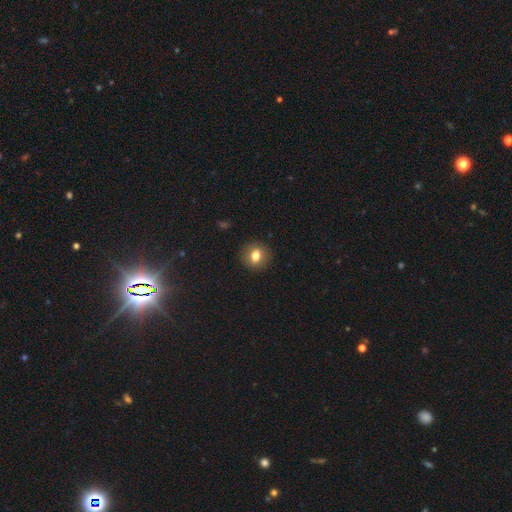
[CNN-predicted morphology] A smooth galaxy with no disk features (76%) that is round (72%).

Vote fractions:
- Smooth or featured? smooth: 76% / featured or disk: 13% / star or artifact: 10%
- How rounded? round: 72% / in between: 27% / cigar-shaped: 1%
- Merging? none: 89% / minor disturbance: 7% / major disturbance: 2% / merger: 1%